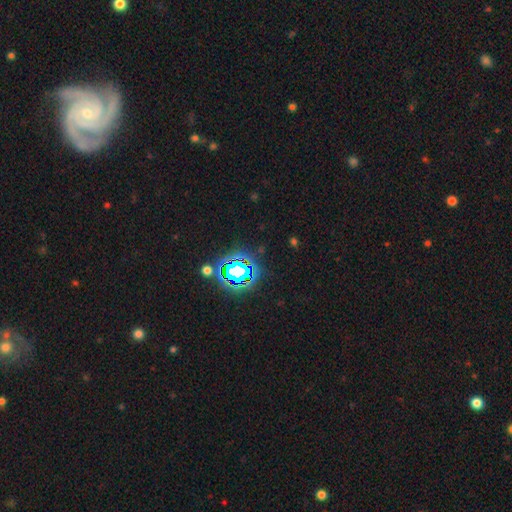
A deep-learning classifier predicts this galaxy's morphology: star or artifact 42%, featured or disk 41%, smooth 17%.